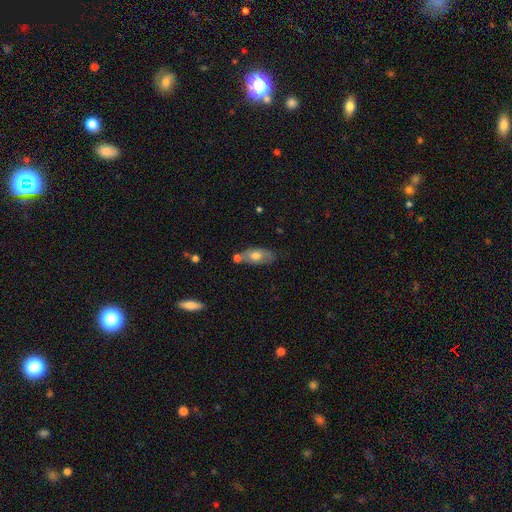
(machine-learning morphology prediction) type=smooth (58%); roundness=in between (86%); merging=none (56%).